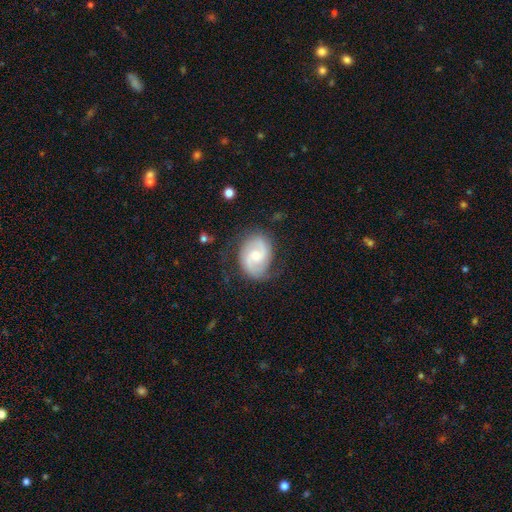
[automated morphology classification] type=featured or disk (79%); edge-on=no (98%); bar=no (52%); spiral arms=yes (95%); winding=medium (51%); arm count=2 (88%); bulge=moderate (49%); merging=none (73%).